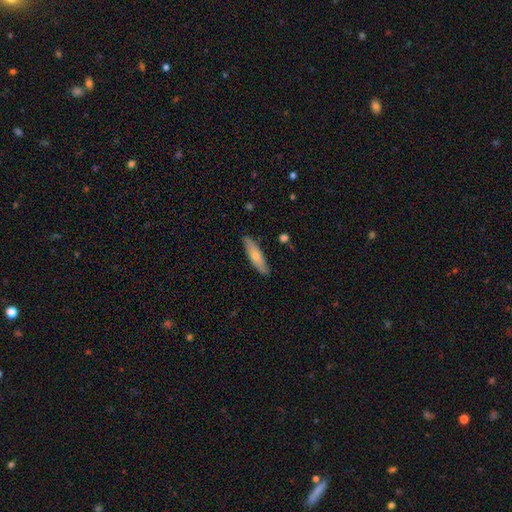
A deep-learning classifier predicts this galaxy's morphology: Smooth or featured: smooth — 63% (featured or disk — 31%)
How rounded: cigar-shaped — 69% (in between — 29%)
Merging: none — 85% (minor disturbance — 12%)